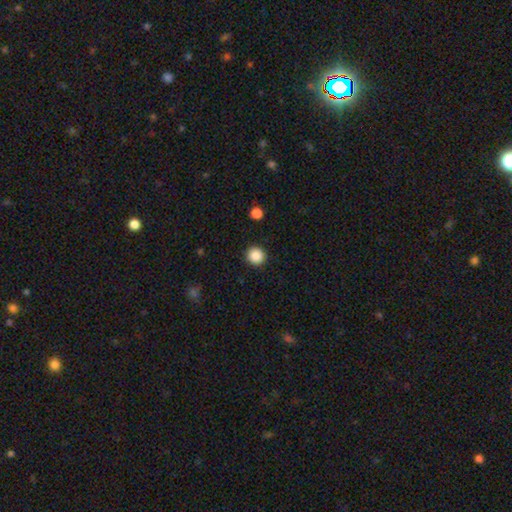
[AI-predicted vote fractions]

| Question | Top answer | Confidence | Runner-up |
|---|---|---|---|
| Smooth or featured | smooth | 88% | star or artifact (9%) |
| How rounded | round | 94% | in between (5%) |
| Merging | none | 92% | minor disturbance (5%) |